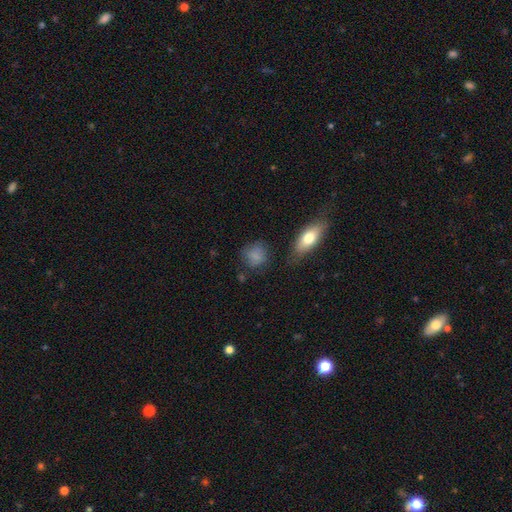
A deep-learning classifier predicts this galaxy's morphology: smooth 81%, star or artifact 10%, featured or disk 9%. Down the decision tree: how rounded — round (69%); merging — none (67%).